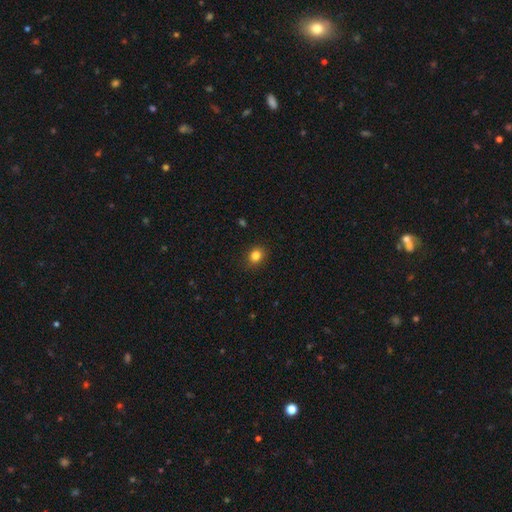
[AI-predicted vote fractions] This appears to be a smooth galaxy with no disk features (83%) that is round (59%). Merging: none (89%).